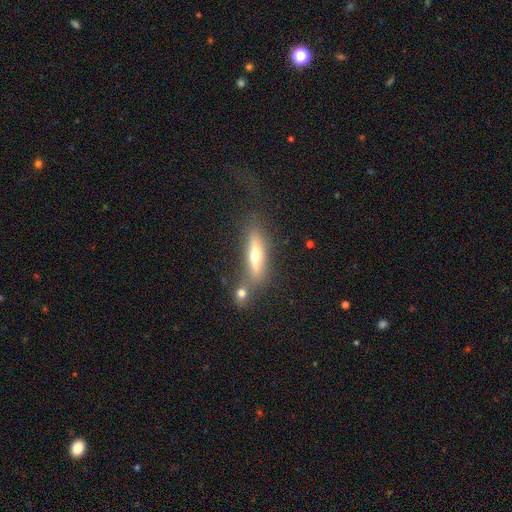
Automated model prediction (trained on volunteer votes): smooth 46%, featured or disk 45%, star or artifact 8%. Down the decision tree: merging — none (60%).